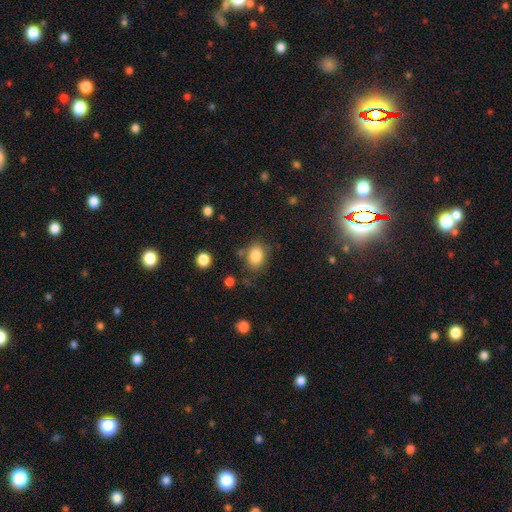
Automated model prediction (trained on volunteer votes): smooth-or-featured: smooth: 84% | star or artifact: 10% | featured or disk: 7%
  how-rounded: in between: 61% | round: 38% | cigar-shaped: 1%
  merging: none: 74% | minor disturbance: 15% | merger: 6% | major disturbance: 5%